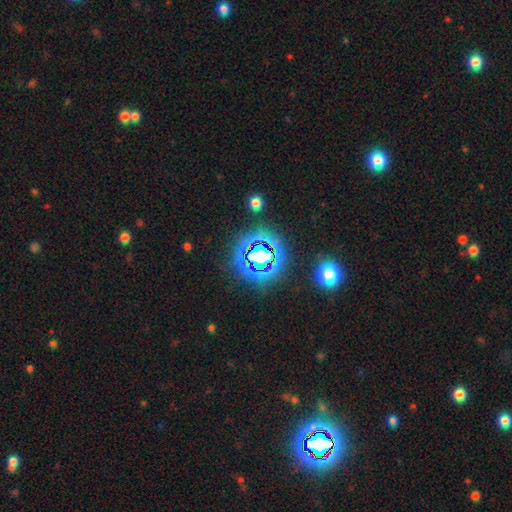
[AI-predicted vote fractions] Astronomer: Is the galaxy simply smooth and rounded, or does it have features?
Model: star or artifact — 81%.